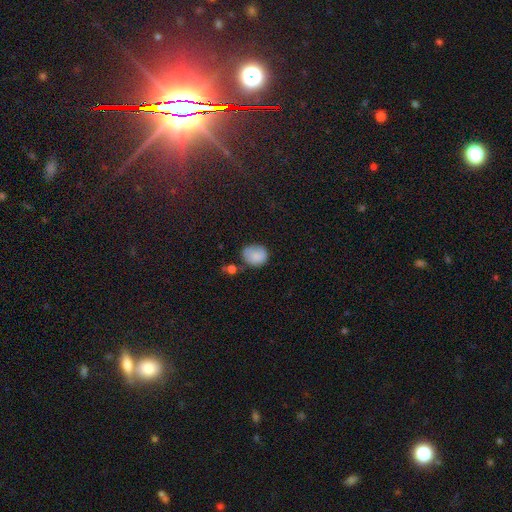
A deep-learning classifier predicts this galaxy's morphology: This appears to be a smooth galaxy with no disk features (83%) that is round (56%). Merging: none (63%).